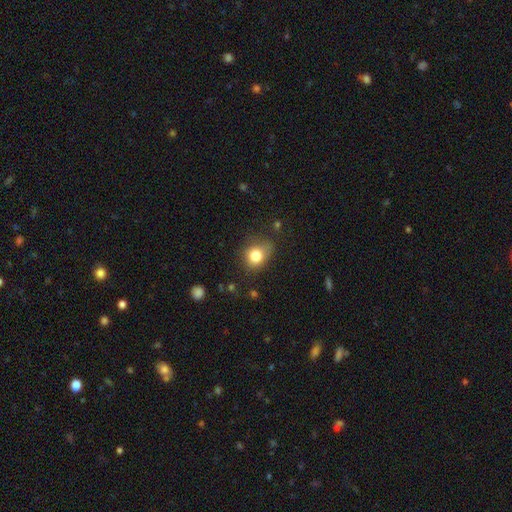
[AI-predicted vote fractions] The model was most divided on "how rounded": round: 63%, in between: 36%, cigar-shaped: 1%. More confident: smooth or featured — smooth (80%); merging — none (60%).